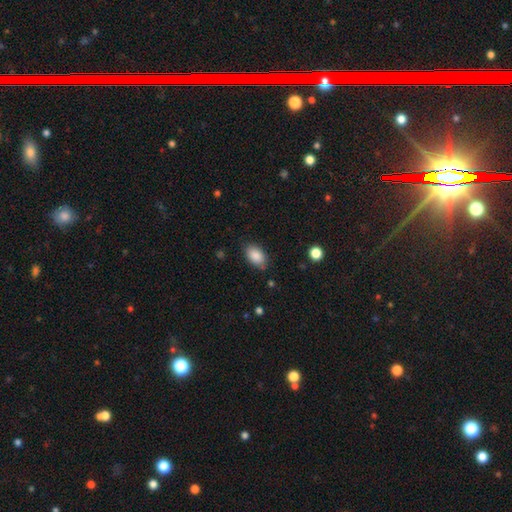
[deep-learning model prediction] A smooth galaxy with no disk features (87%) that is in between round and cigar-shaped (92%). Merging: none (81%).